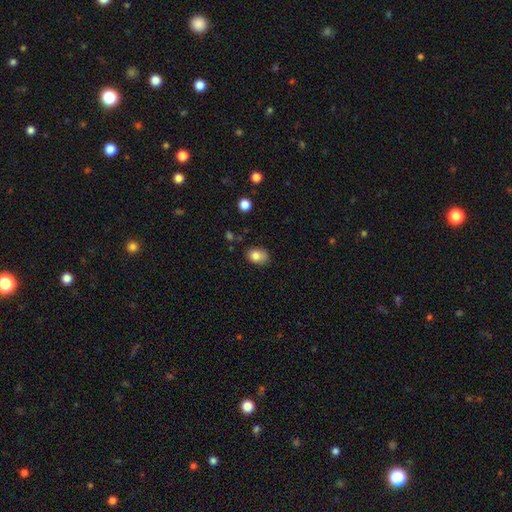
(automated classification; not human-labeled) This is clearly a smooth galaxy (83%). How rounded: likely in between (72%). Merging: likely none (66%).